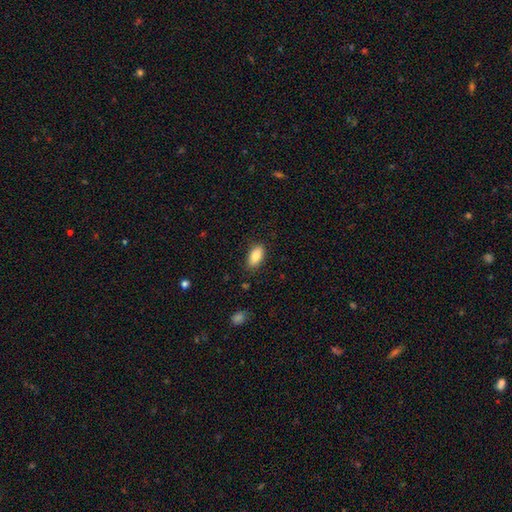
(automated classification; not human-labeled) Smooth or featured?
  - smooth: 85% *
  - featured or disk: 7%
  - star or artifact: 7%
How rounded?
  - in between: 89% *
  - cigar-shaped: 7%
  - round: 3%
Merging?
  - none: 83% *
  - minor disturbance: 13%
  - major disturbance: 3%
  - merger: 1%